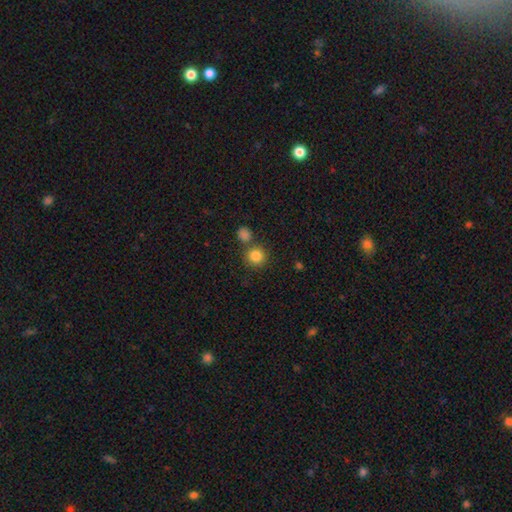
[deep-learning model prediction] A smooth galaxy with no disk features (84%) that is round (93%). Merging: none (72%).